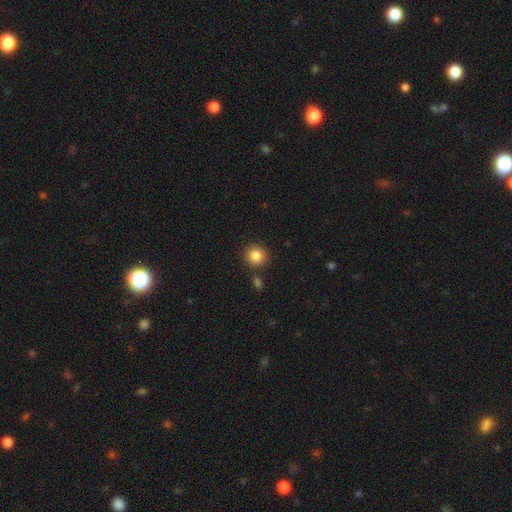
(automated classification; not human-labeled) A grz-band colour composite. It shows a smooth galaxy with no disk features (86%) that is round (91%). Merging: none (84%).